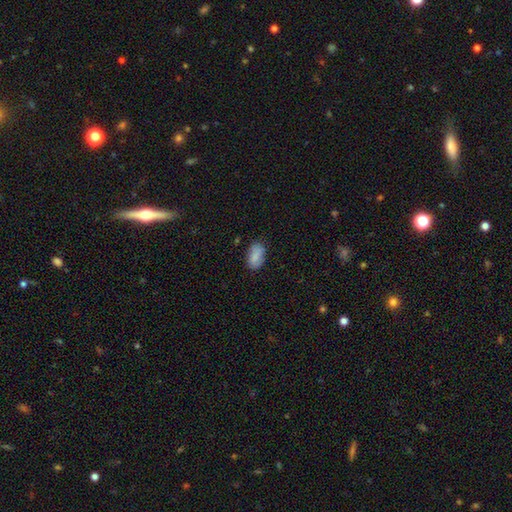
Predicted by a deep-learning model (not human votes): smooth-or-featured: smooth: 83% | featured or disk: 10% | star or artifact: 8%
  how-rounded: in between: 92% | round: 6% | cigar-shaped: 2%
  merging: none: 75% | minor disturbance: 19% | major disturbance: 4% | merger: 2%